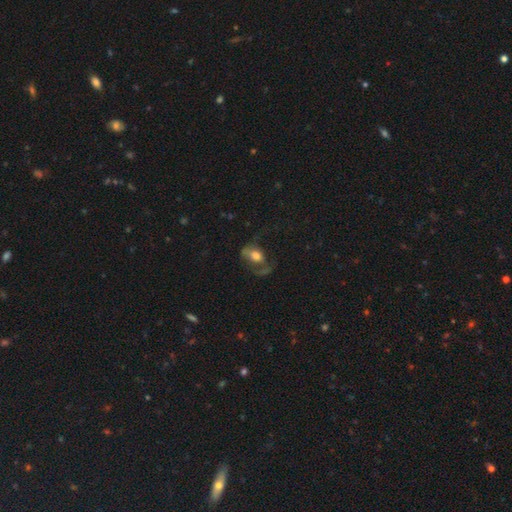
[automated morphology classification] A smooth galaxy with no disk features (56%) that is in between round and cigar-shaped (72%). Merging: major disturbance (44%).